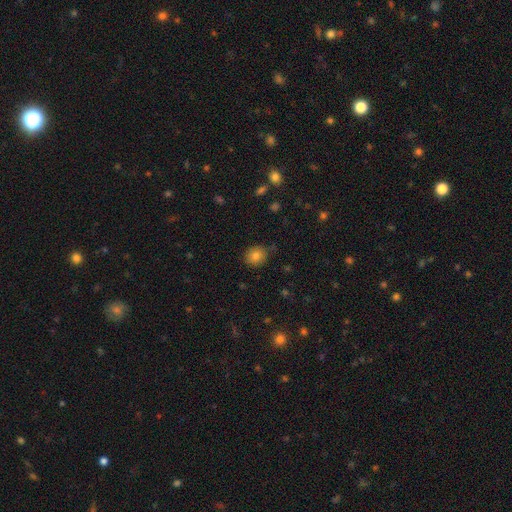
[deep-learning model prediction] Smooth or featured? Predicted: smooth (p=0.81). How rounded? Predicted: round (p=0.75). Merging? Predicted: none (p=0.79).